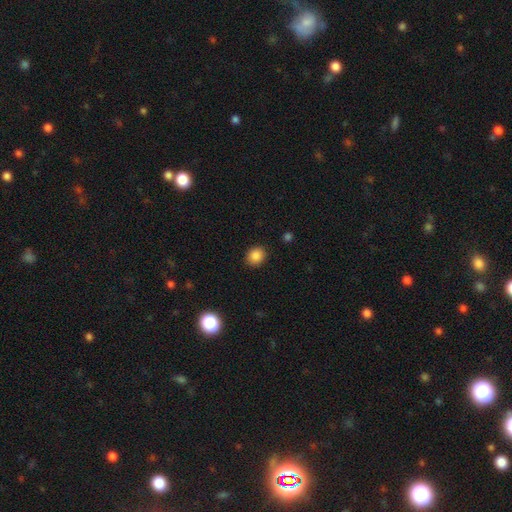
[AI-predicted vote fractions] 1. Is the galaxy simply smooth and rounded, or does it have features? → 87% smooth, 10% star or artifact, 3% featured or disk.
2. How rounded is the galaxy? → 71% round, 28% in between, 1% cigar-shaped.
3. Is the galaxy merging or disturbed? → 89% none, 8% minor disturbance, 2% major disturbance, 1% merger.